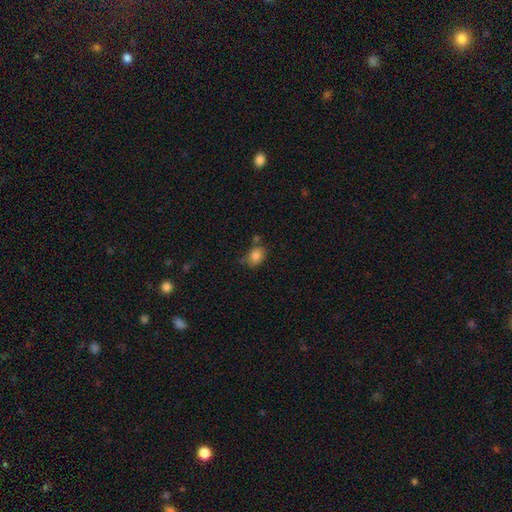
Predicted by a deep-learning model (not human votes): Smooth or featured?
  - smooth: 83% *
  - star or artifact: 9%
  - featured or disk: 7%
How rounded?
  - in between: 65% *
  - round: 34%
  - cigar-shaped: 1%
Merging?
  - none: 65% *
  - minor disturbance: 21%
  - merger: 9%
  - major disturbance: 5%